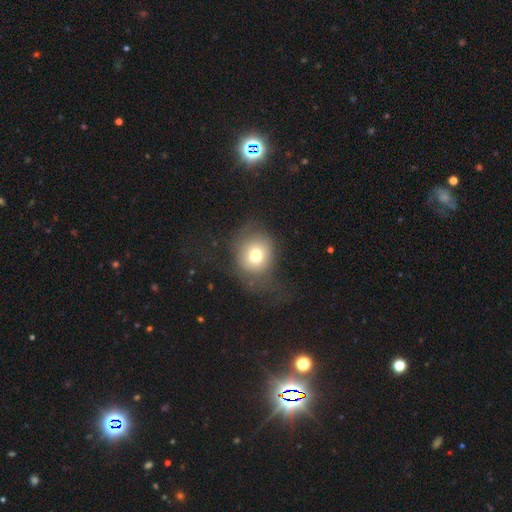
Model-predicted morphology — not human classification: Q: Smooth or featured?
A: smooth (72%); runner-up: featured or disk (16%)
Q: How rounded?
A: round (73%); runner-up: in between (27%)
Q: Merging?
A: none (53%); runner-up: major disturbance (24%)